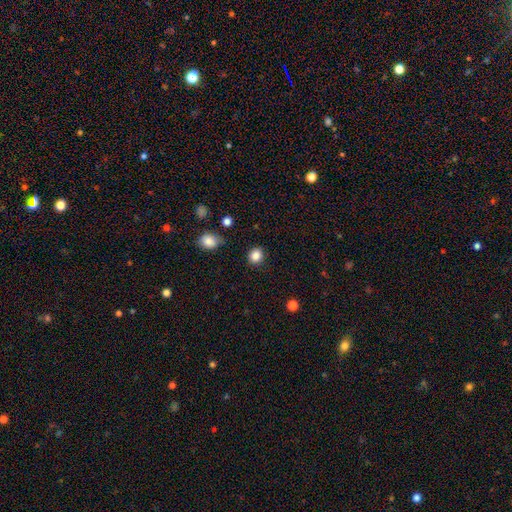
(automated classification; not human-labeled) smooth-or-featured: smooth: 86% | star or artifact: 10% | featured or disk: 4%
  how-rounded: round: 75% | in between: 24% | cigar-shaped: 1%
  merging: none: 85% | minor disturbance: 11% | major disturbance: 3% | merger: 2%